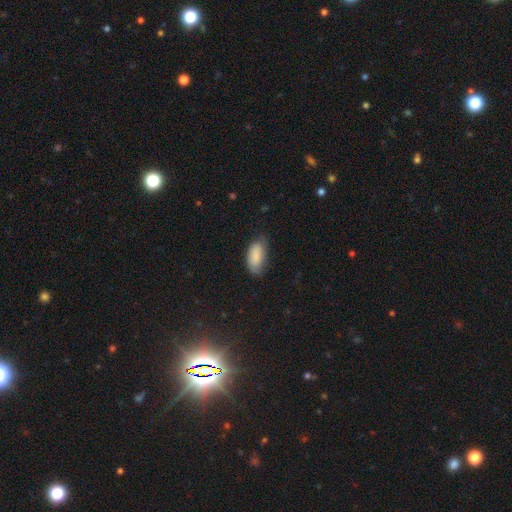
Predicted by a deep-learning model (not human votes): Morphology: type=smooth (85%); roundness=in between (92%); merging=none (62%).